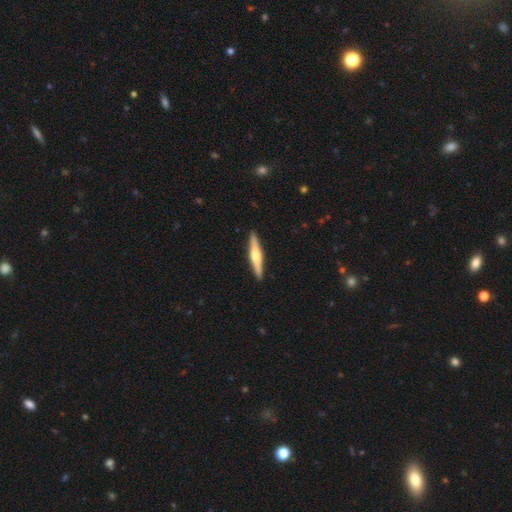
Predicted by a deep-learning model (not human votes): smooth_or_featured: featured or disk (p=0.60) [alt: smooth p=0.35]
disk_edge_on: yes (p=0.97) [alt: no p=0.03]
edge_on_bulge: rounded (p=0.87) [alt: boxy p=0.07]
merging: none (p=0.91) [alt: minor disturbance p=0.06]